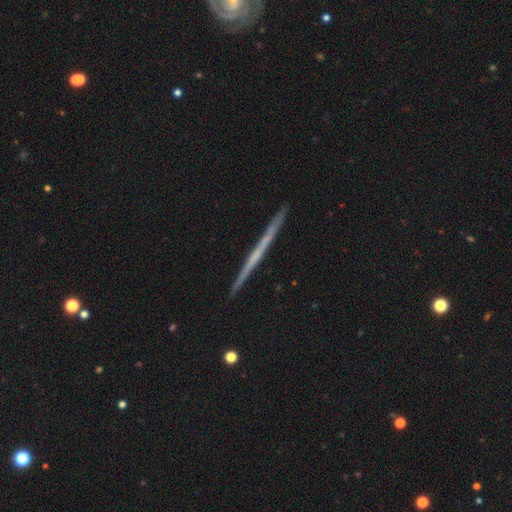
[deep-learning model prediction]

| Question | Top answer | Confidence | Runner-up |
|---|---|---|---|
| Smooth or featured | featured or disk | 65% | smooth (29%) |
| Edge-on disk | yes | 98% | no (2%) |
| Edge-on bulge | none | 86% | rounded (10%) |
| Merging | none | 92% | minor disturbance (6%) |